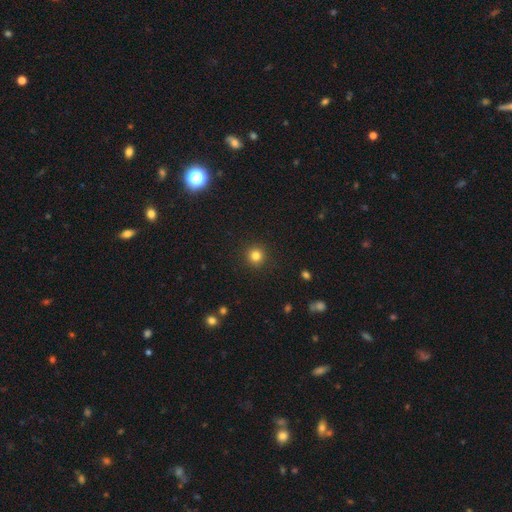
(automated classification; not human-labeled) smooth-or-featured: smooth: 82% | star or artifact: 13% | featured or disk: 5%
  how-rounded: round: 95% | in between: 4% | cigar-shaped: 1%
  merging: none: 92% | minor disturbance: 5% | major disturbance: 2% | merger: 1%